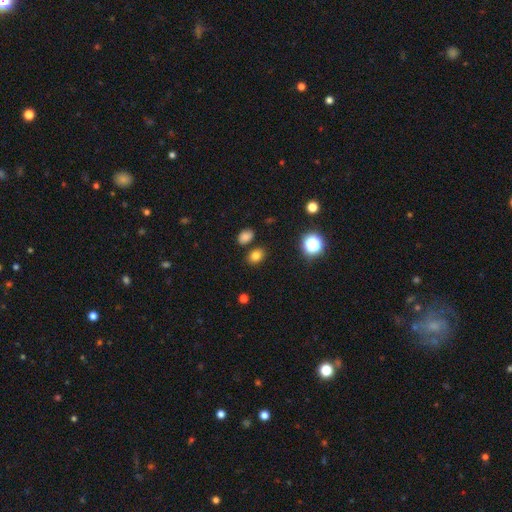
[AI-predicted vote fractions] Overall: smooth (78%). How rounded: in between (67%; round 32%). Merging: none (80%).